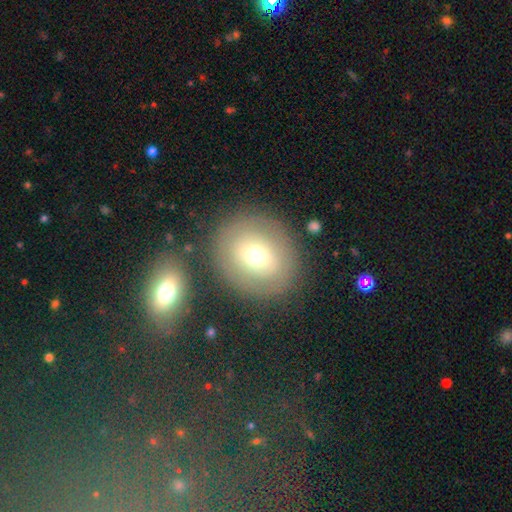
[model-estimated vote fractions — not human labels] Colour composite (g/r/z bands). It shows a smooth galaxy with no disk features (62%) that is round (73%). Merging: none (77%).